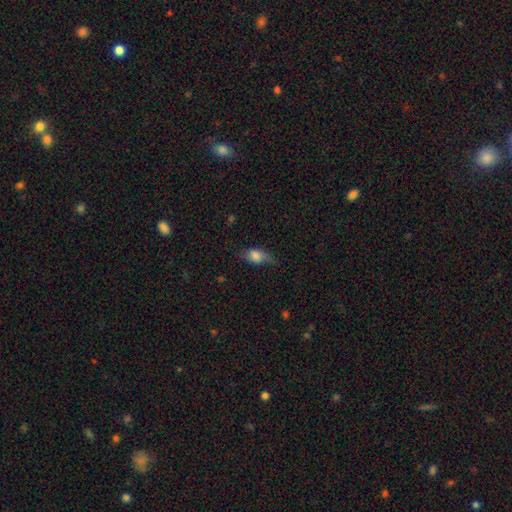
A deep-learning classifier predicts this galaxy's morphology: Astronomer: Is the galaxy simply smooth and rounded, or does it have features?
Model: smooth — 75%.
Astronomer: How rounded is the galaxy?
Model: in between — 82%.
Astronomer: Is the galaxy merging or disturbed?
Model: none — 49% (runner-up: minor disturbance, 36%).